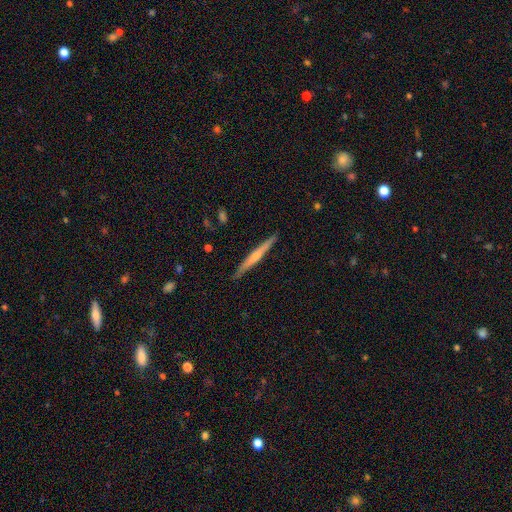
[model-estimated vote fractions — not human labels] Q: Smooth or featured?
A: featured or disk (52%); runner-up: smooth (43%)
Q: Edge-on disk?
A: yes (97%); runner-up: no (3%)
Q: Edge-on bulge?
A: none (48%); runner-up: rounded (41%)
Q: Merging?
A: none (90%); runner-up: minor disturbance (8%)